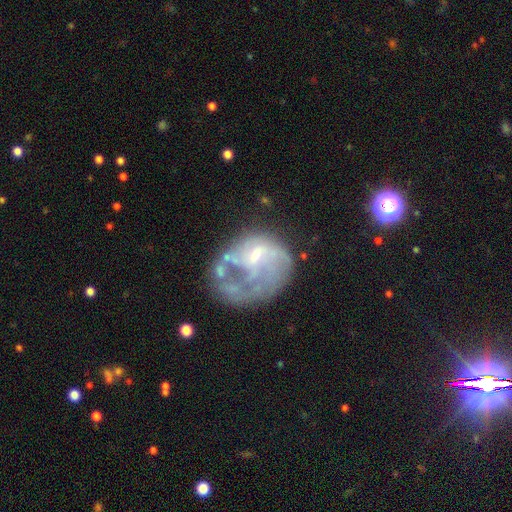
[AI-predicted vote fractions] Q: Smooth or featured?
A: featured or disk (71%); runner-up: smooth (20%)
Q: Edge-on disk?
A: no (98%); runner-up: yes (2%)
Q: Bar?
A: no (58%); runner-up: weak (35%)
Q: Spiral arms?
A: yes (52%); runner-up: no (48%)
Q: Bulge size?
A: small (41%); runner-up: none (28%)
Q: Merging?
A: major disturbance (40%); runner-up: none (32%)